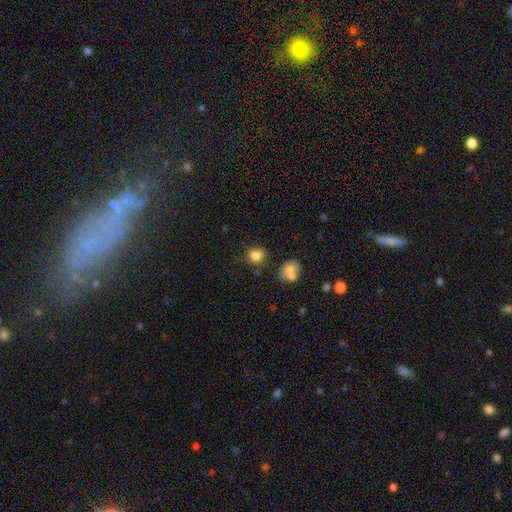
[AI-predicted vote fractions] smooth 80%, star or artifact 12%, featured or disk 8%. Down the decision tree: how rounded — round (80%); merging — none (67%).